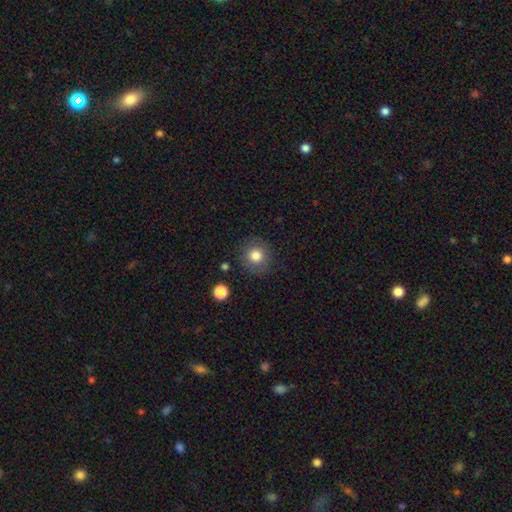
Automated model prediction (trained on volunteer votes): This appears to be a smooth galaxy with no disk features (80%) that is round (92%). Merging: none (85%).